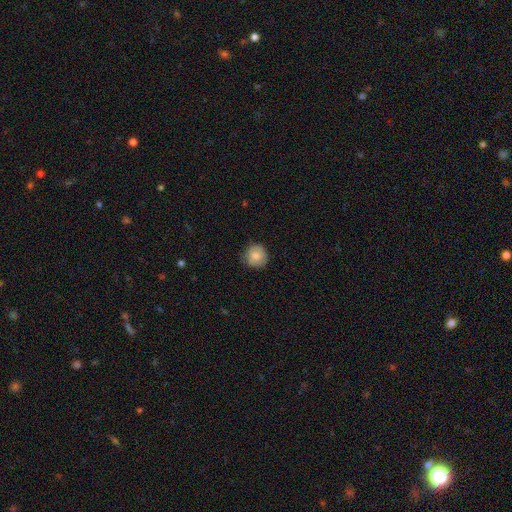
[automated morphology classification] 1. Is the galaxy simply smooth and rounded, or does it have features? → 81% smooth, 11% featured or disk, 8% star or artifact.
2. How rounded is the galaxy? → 90% round, 9% in between, 1% cigar-shaped.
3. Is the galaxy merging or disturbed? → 78% none, 17% minor disturbance, 4% major disturbance, 1% merger.